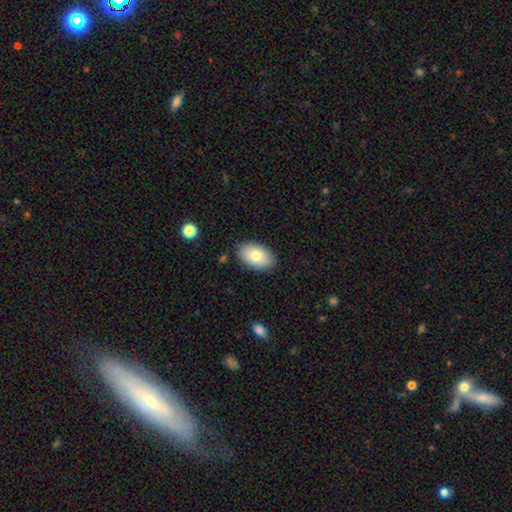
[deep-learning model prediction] A smooth galaxy with no disk features (80%) that is in between round and cigar-shaped (94%). Merging: none (87%).